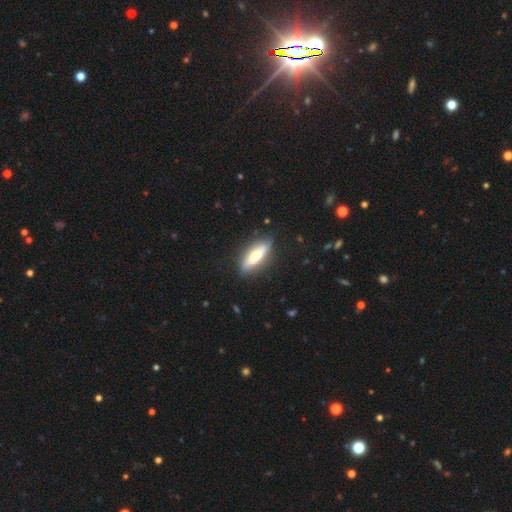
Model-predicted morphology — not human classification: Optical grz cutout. It shows a smooth galaxy with no disk features (61%) that is cigar-shaped (50%). Merging: none (83%).